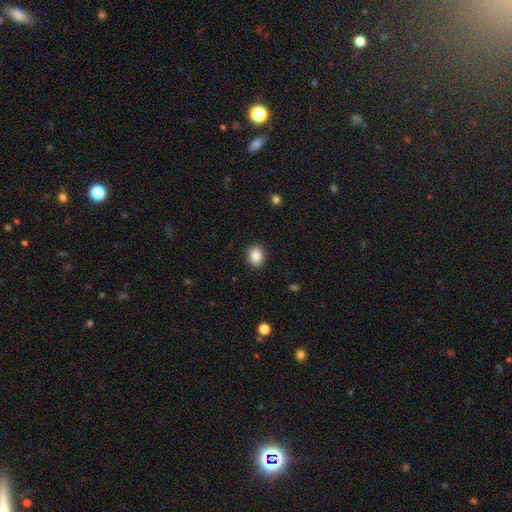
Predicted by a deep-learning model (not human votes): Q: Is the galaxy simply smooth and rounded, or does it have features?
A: smooth — 88%.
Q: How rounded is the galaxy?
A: in between — 53%.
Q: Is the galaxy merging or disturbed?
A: none — 90%.